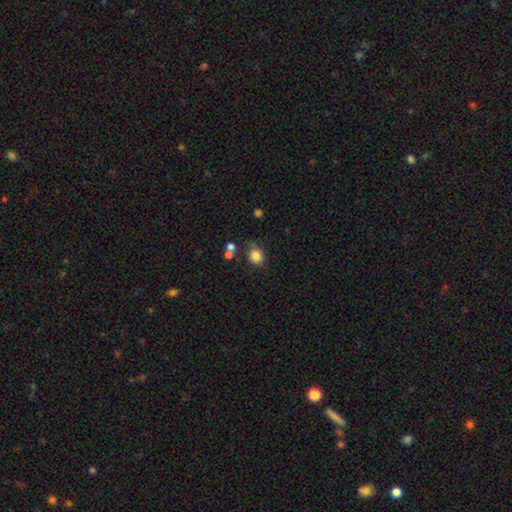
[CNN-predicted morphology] Overall: smooth (83%). How rounded: round (65%; in between 34%). Merging: none (73%).